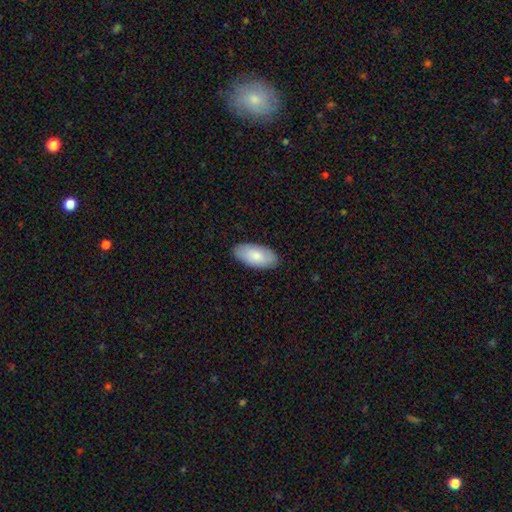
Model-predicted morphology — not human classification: This appears to be a smooth galaxy with no disk features (80%) that is in between round and cigar-shaped (94%). Merging: none (86%).